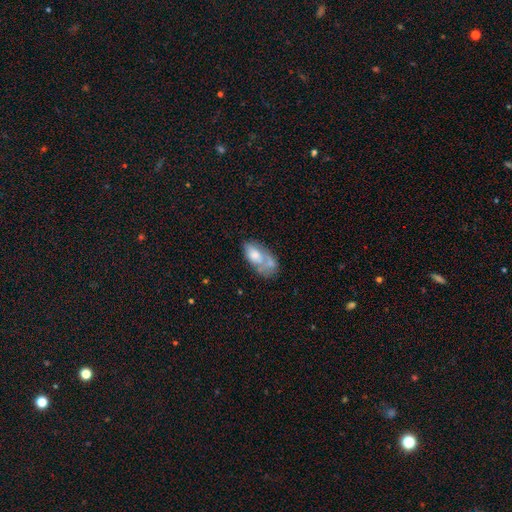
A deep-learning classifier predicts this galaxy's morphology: smooth-or-featured: smooth: 60% | featured or disk: 33% | star or artifact: 7%
  how-rounded: in between: 91% | round: 4% | cigar-shaped: 4%
  merging: merger: 31% | none: 28% | minor disturbance: 22% | major disturbance: 19%